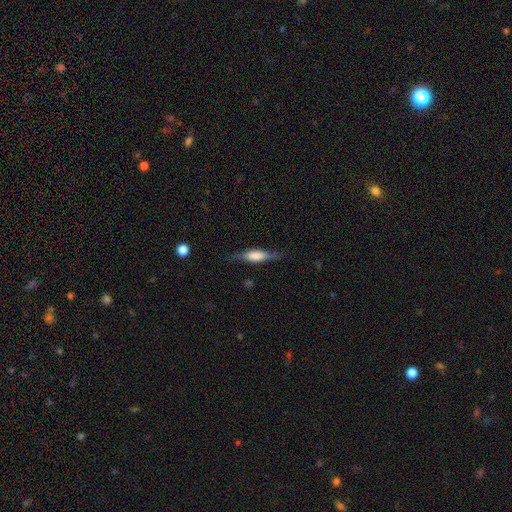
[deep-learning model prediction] Smooth or featured? Predicted: featured or disk (p=0.50). Merging? Predicted: none (p=0.77).